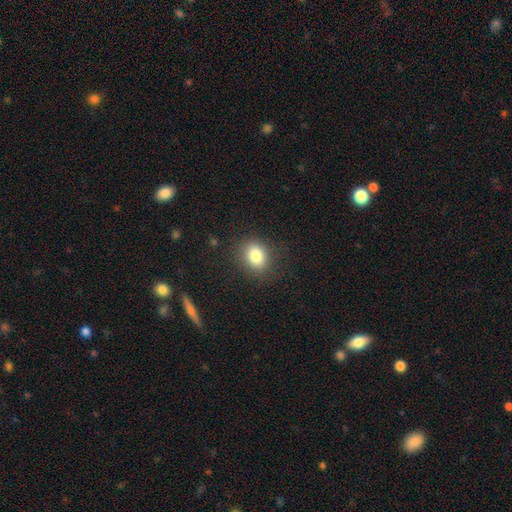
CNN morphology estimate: A smooth galaxy with no disk features (82%) that is round (54%). Merging: none (84%).